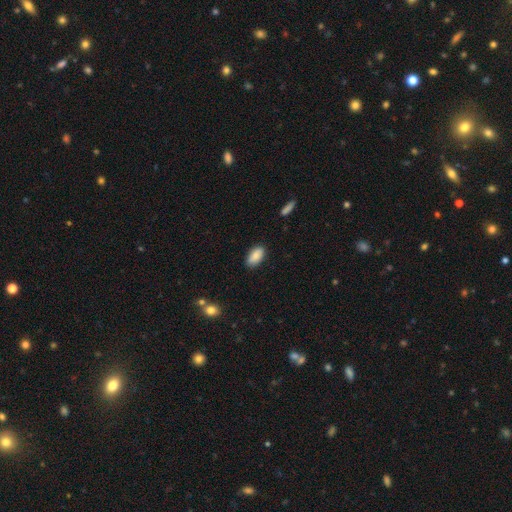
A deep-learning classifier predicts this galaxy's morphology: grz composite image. It shows a smooth galaxy with no disk features (86%) that is in between round and cigar-shaped (93%). Merging: none (85%).